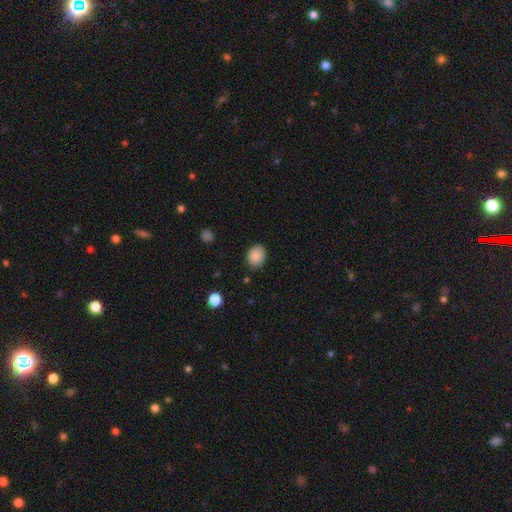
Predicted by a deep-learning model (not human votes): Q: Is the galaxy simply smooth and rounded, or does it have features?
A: smooth — 88%.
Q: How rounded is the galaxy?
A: round — 51%.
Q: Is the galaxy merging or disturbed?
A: none — 80%.